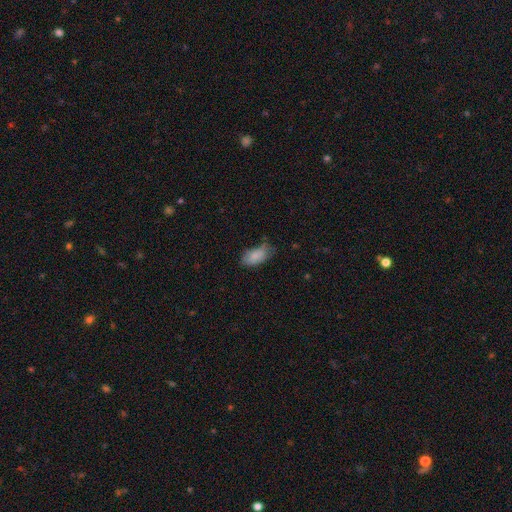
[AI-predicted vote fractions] Overall: smooth (82%). How rounded: in between (93%). Merging: none (49%; minor disturbance 38%).